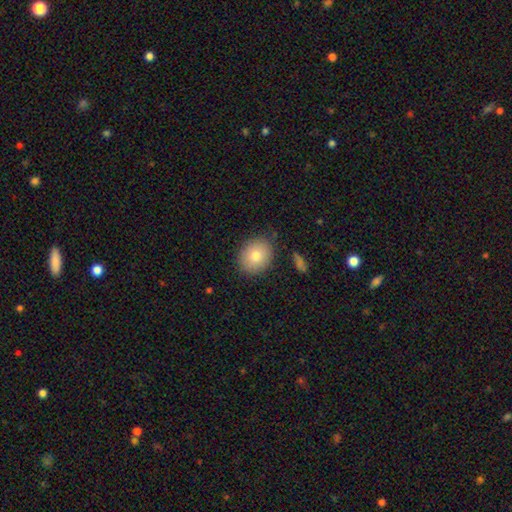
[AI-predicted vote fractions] The model was most divided on "how rounded": round: 58%, in between: 41%, cigar-shaped: 1%. More confident: merging — none (85%); smooth or featured — smooth (79%).